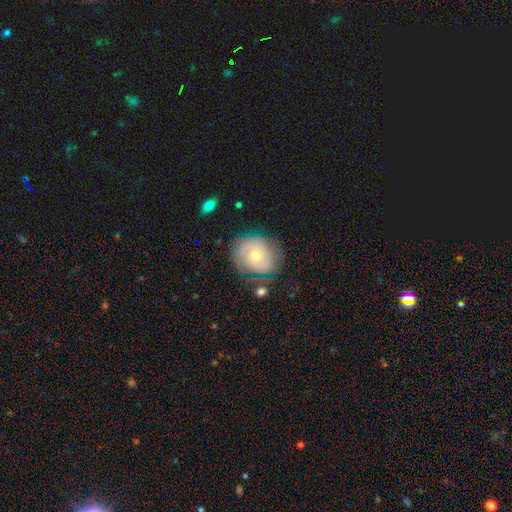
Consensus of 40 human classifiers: Smooth or featured: featured or disk — 48% (smooth — 40%)
Edge-on disk: no — 100%
Bar: no — 89% (weak — 11%)
Spiral arms: no — 58% (yes — 42%)
Bulge size: moderate — 53% (small — 47%)
Merging: none — 63% (minor disturbance — 23%)